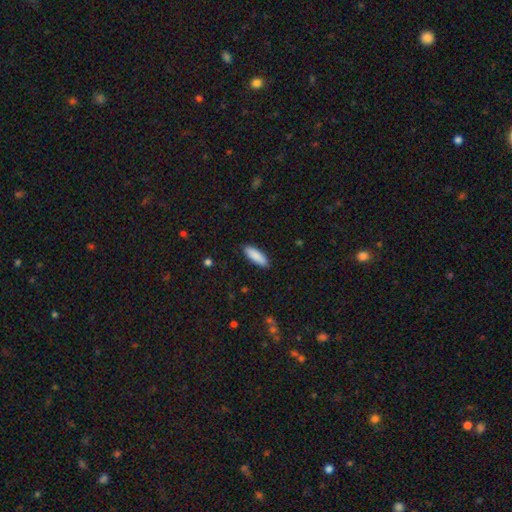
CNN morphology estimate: Smooth or featured? Predicted: smooth (p=0.89). How rounded? Predicted: in between (p=0.55). Merging? Predicted: none (p=0.89).